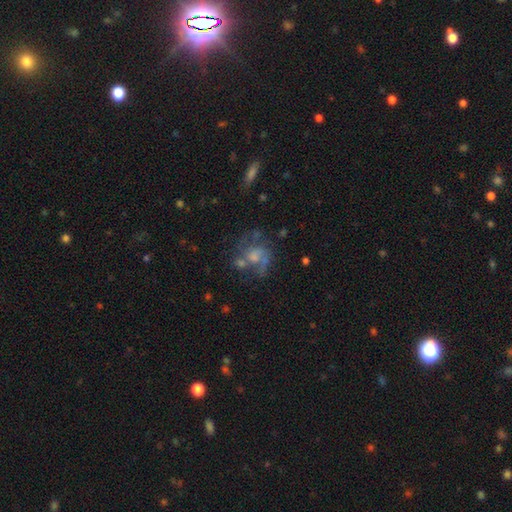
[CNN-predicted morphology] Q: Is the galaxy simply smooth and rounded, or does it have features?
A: featured or disk — 61%.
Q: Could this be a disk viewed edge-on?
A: no — 98%.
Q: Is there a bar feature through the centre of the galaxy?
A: no — 72%.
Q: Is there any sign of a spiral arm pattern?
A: yes — 72%.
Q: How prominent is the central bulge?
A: moderate — 35%.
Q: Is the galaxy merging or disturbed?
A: none — 39%.